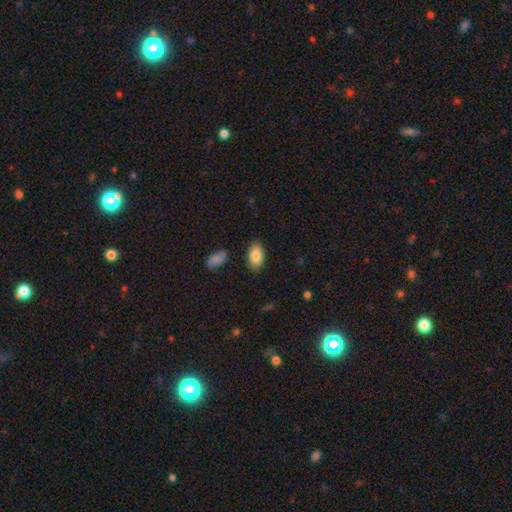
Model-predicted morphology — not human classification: A smooth galaxy with no disk features (84%) that is in between round and cigar-shaped (93%). Merging: none (85%).